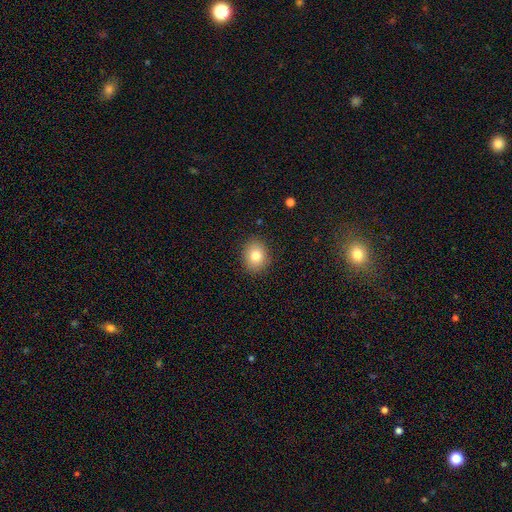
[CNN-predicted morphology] smooth 81%, star or artifact 10%, featured or disk 9%. Down the decision tree: how rounded — round (60%); merging — none (88%).